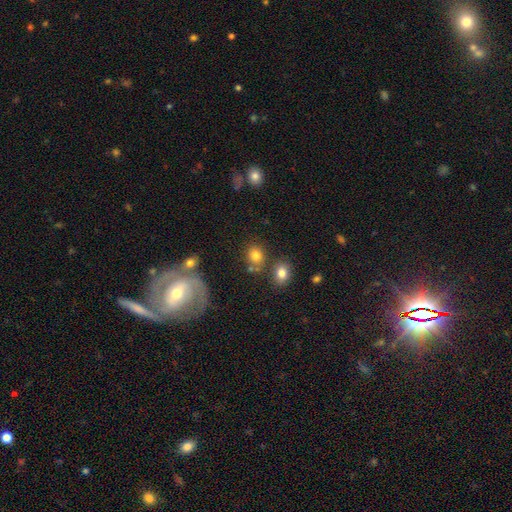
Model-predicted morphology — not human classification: Smooth or featured: smooth — 79% (featured or disk — 11%)
How rounded: round — 64% (in between — 34%)
Merging: none — 68% (merger — 14%)